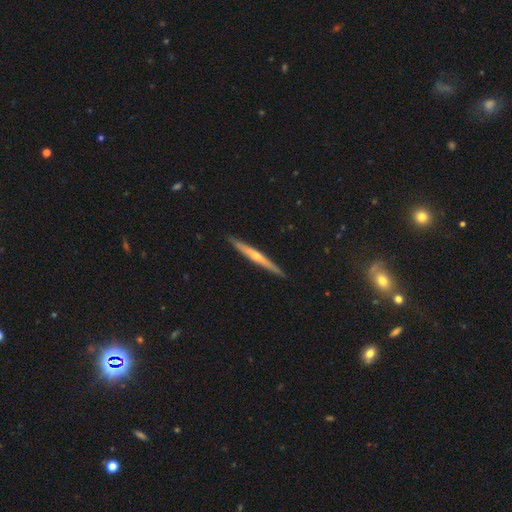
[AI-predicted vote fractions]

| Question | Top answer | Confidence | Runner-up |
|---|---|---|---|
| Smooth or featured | featured or disk | 69% | smooth (26%) |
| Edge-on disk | yes | 97% | no (3%) |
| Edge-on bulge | rounded | 70% | none (26%) |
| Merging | none | 91% | minor disturbance (6%) |